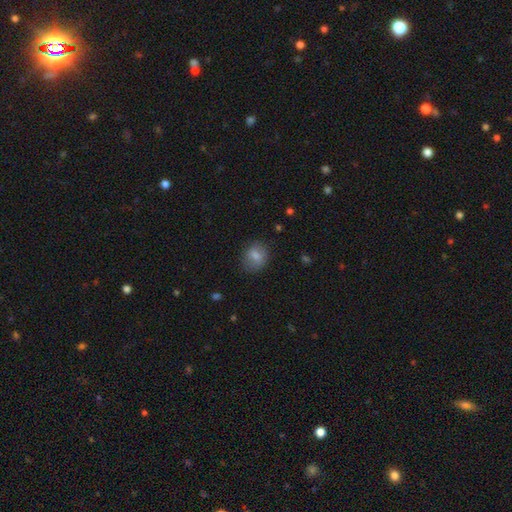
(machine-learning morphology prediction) Smooth or featured? smooth (78%)
How rounded? round (54%)
Merging? none (76%)